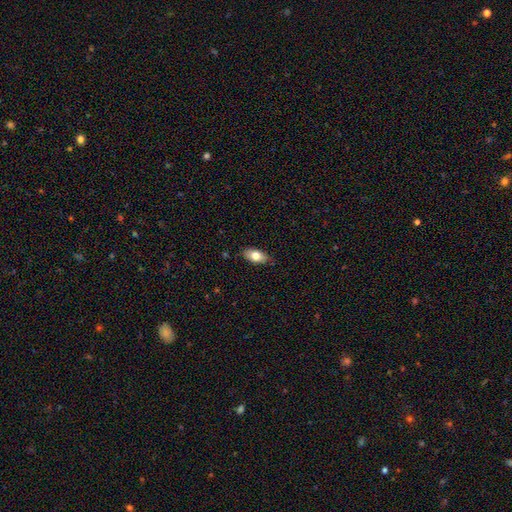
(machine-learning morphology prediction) The model was most divided on "smooth or featured": smooth: 75%, featured or disk: 18%, star or artifact: 7%. More confident: how rounded — in between (89%); merging — none (83%).